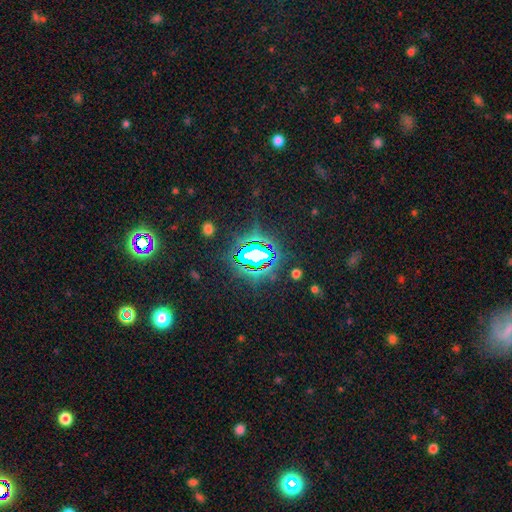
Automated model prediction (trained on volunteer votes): This is likely a star or artifact rather than a galaxy (75%).